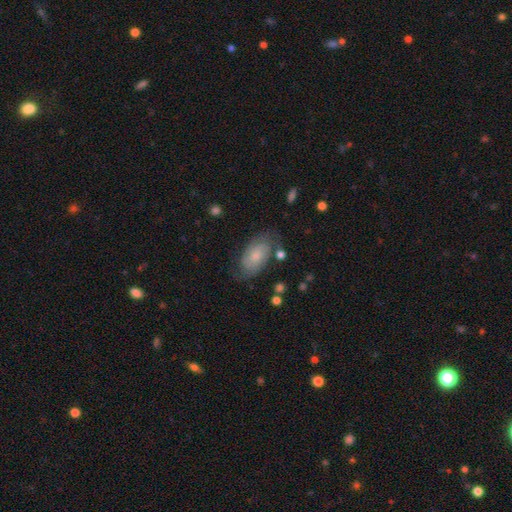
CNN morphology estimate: Overall: featured or disk (51%; smooth 41%). Edge-on disk: no (94%). Merging: none (69%).